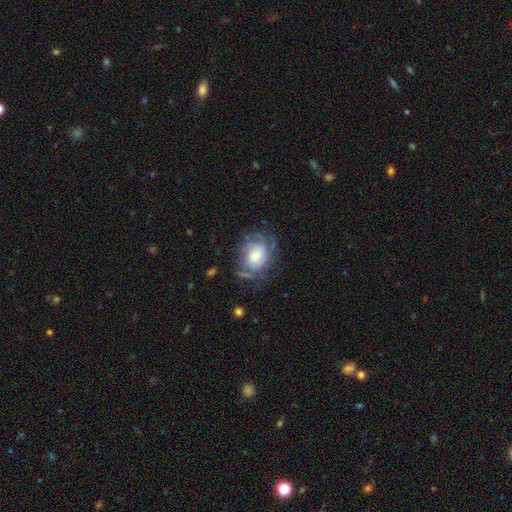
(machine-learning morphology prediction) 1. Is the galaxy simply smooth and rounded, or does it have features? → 54% featured or disk, 37% smooth, 9% star or artifact.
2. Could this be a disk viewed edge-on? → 96% no, 4% yes.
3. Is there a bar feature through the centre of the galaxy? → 75% no, 21% weak, 4% strong.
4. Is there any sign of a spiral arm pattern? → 71% yes, 29% no.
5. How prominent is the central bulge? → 43% moderate, 34% small, 17% large, 3% none, 3% dominant.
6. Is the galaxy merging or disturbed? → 53% none, 25% minor disturbance, 19% major disturbance, 3% merger.